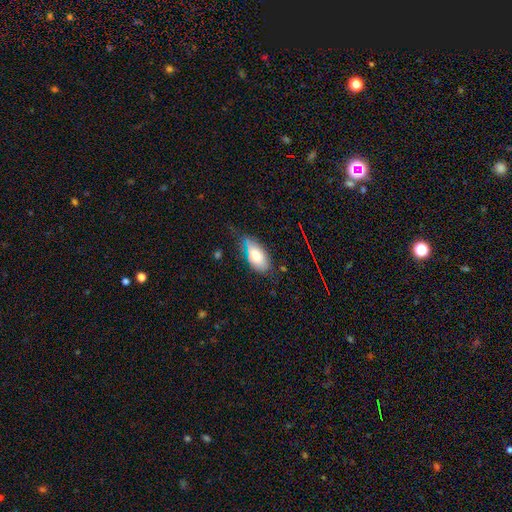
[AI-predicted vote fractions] smooth 73%, featured or disk 19%, star or artifact 8%. Down the decision tree: how rounded — in between (92%); merging — none (56%).